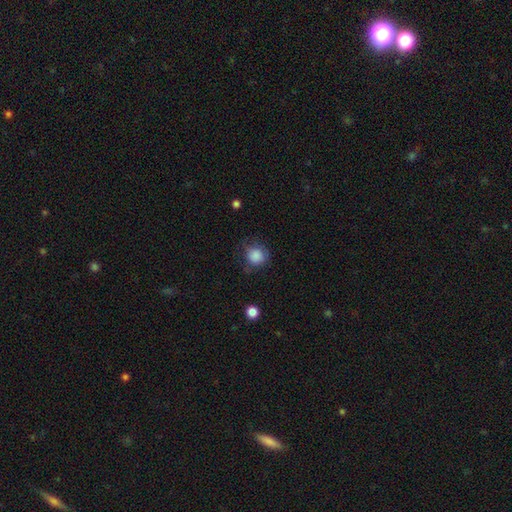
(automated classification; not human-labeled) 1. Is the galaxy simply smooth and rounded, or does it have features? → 85% smooth, 8% star or artifact, 6% featured or disk.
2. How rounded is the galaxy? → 86% round, 13% in between, 1% cigar-shaped.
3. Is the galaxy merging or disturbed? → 66% none, 23% minor disturbance, 9% major disturbance, 2% merger.